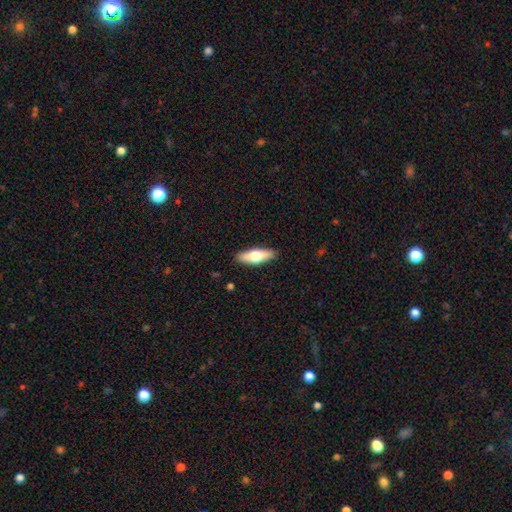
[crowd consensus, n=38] smooth-or-featured: smooth: 53% | featured or disk: 45% | star or artifact: 3%
  how-rounded: in between: 65% | cigar-shaped: 35% | round: 0%
  merging: none: 95% | minor disturbance: 3% | major disturbance: 3% | merger: 0%